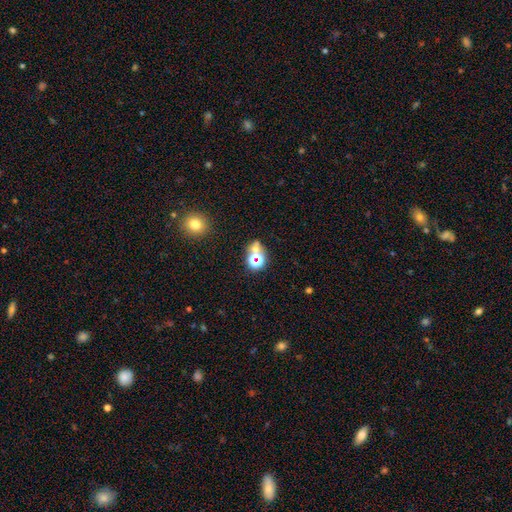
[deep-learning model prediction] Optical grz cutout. It shows a star or artifact, not a galaxy (60%).